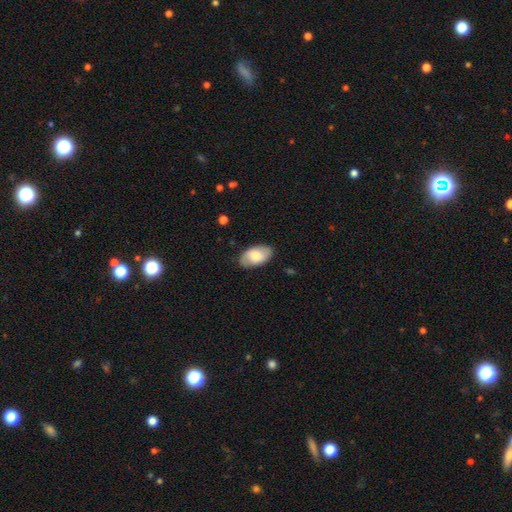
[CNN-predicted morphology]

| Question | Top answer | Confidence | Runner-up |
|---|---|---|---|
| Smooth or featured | smooth | 67% | featured or disk (27%) |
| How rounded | in between | 94% | round (4%) |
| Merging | none | 81% | minor disturbance (15%) |